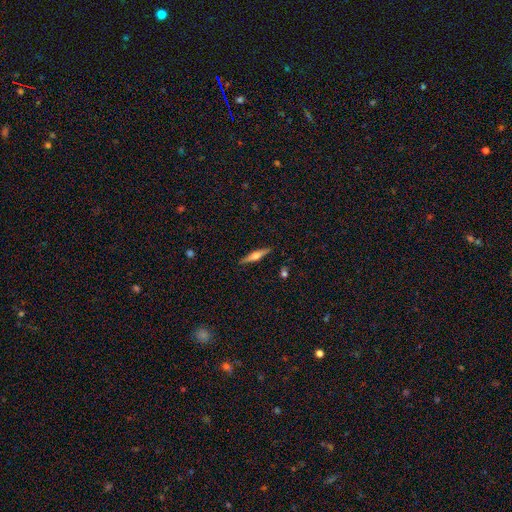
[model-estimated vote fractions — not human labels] Smooth or featured: featured or disk — 62% (smooth — 32%)
Edge-on disk: yes — 97% (no — 3%)
Edge-on bulge: rounded — 88% (boxy — 8%)
Merging: none — 90% (minor disturbance — 7%)